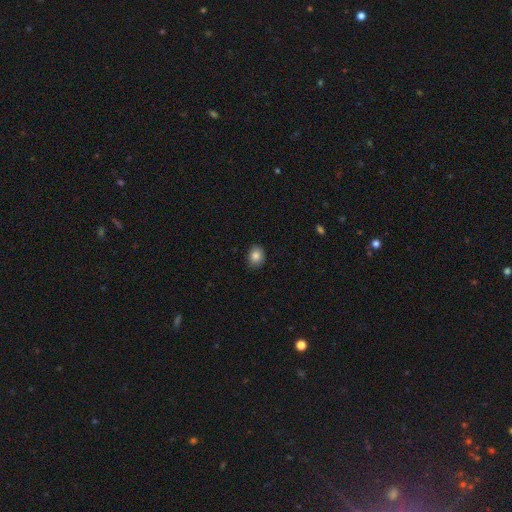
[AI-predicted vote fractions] Smooth or featured? Predicted: smooth (p=0.85). How rounded? Predicted: round (p=0.53). Merging? Predicted: none (p=0.86).